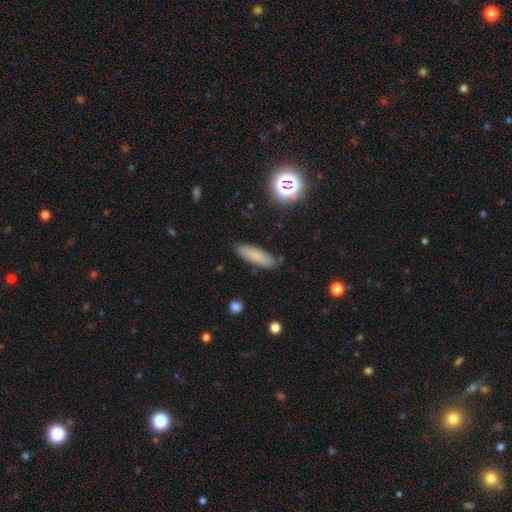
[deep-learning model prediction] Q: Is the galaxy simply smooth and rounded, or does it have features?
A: smooth — 76%.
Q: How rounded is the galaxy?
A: cigar-shaped — 58%.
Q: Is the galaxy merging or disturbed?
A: none — 83%.